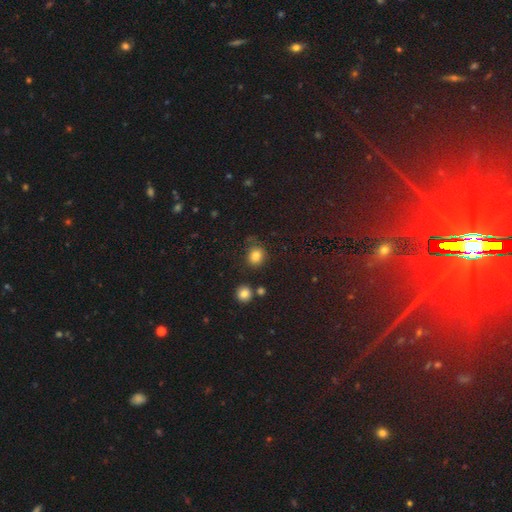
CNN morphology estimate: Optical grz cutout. It shows a smooth galaxy with no disk features (82%) that is round (73%). Merging: none (72%).